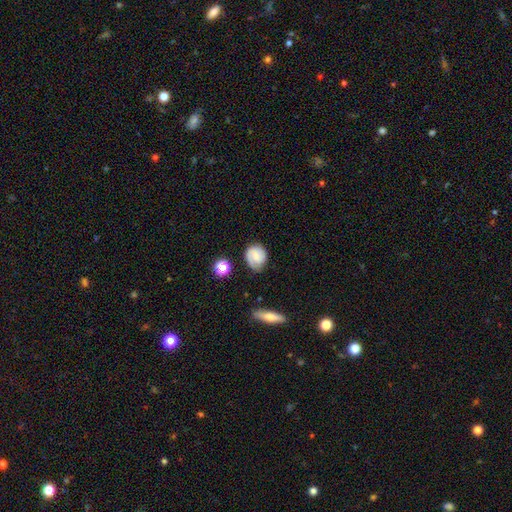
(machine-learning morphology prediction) smooth-or-featured: smooth: 56% | featured or disk: 35% | star or artifact: 9%
  how-rounded: round: 68% | in between: 31% | cigar-shaped: 1%
  merging: none: 69% | minor disturbance: 22% | major disturbance: 6% | merger: 3%